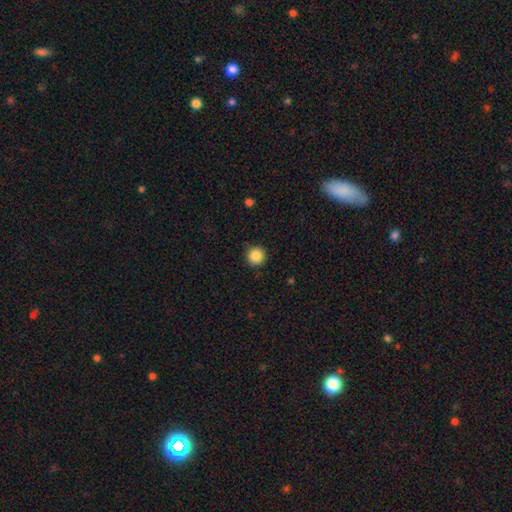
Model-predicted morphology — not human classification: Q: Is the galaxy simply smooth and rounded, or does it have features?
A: smooth — 86%.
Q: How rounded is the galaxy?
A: round — 96%.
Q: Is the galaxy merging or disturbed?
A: none — 91%.